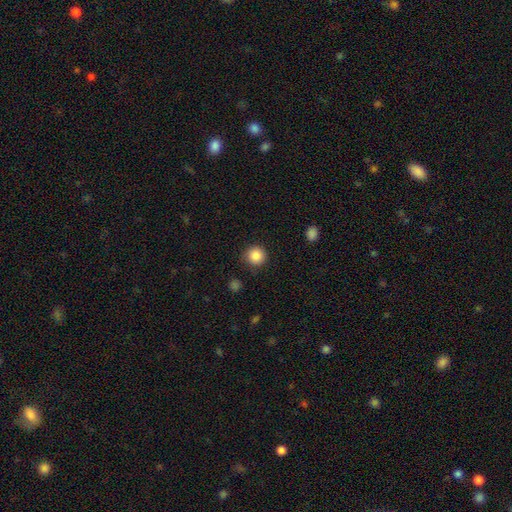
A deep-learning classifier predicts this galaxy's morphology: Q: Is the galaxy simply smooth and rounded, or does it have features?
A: smooth — 86%.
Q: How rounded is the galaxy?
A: round — 94%.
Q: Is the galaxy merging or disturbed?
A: none — 88%.